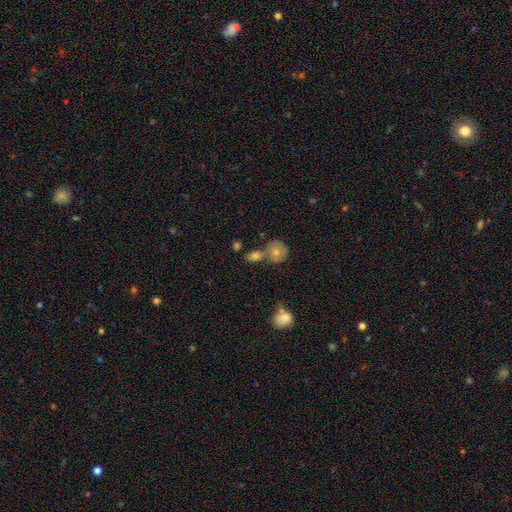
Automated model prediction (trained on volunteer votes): smooth 69%, featured or disk 18%, star or artifact 13%. Down the decision tree: how rounded — in between (56%); merging — none (49%).